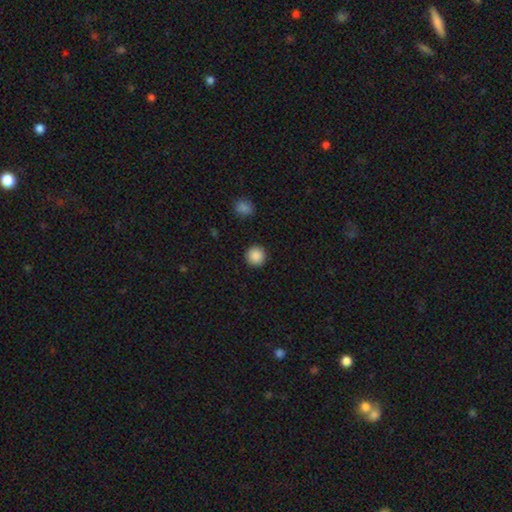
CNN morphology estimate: A smooth galaxy with no disk features (89%) that is round (96%).

Vote fractions:
- Smooth or featured? smooth: 89% / star or artifact: 9% / featured or disk: 3%
- How rounded? round: 96% / in between: 3% / cigar-shaped: 1%
- Merging? none: 92% / minor disturbance: 5% / major disturbance: 2% / merger: 1%